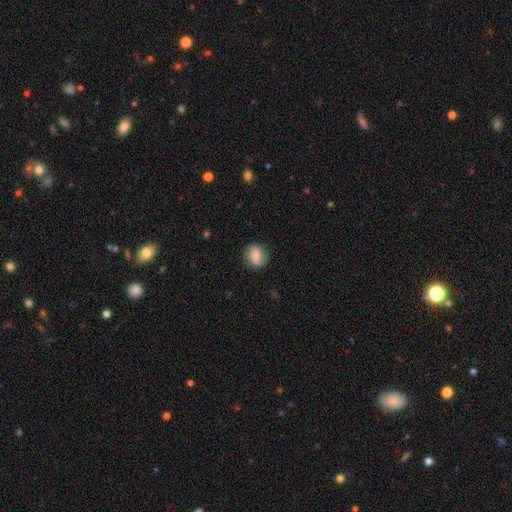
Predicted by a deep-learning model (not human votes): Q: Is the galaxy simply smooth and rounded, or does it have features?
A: smooth — 63%.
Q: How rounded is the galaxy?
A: round — 75%.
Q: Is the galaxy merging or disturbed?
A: none — 85%.